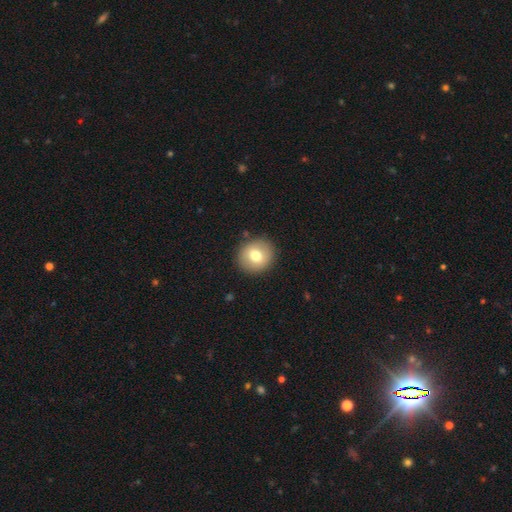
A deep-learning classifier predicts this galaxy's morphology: Smooth or featured? Predicted: smooth (p=0.75). How rounded? Predicted: round (p=0.86). Merging? Predicted: none (p=0.89).